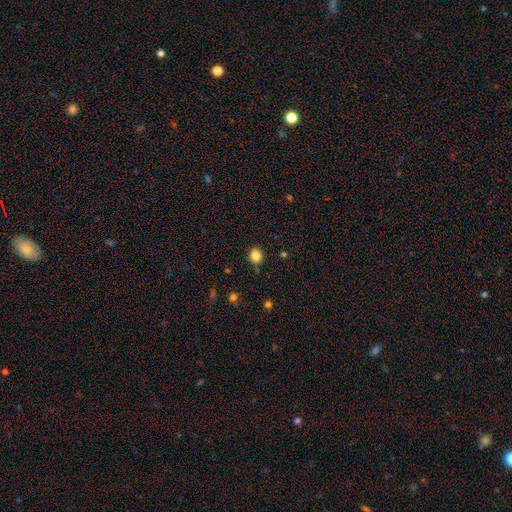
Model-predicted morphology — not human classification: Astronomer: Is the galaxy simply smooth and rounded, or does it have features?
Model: smooth — 84%.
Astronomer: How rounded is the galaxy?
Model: round — 74%.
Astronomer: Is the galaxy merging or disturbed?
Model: none — 82%.